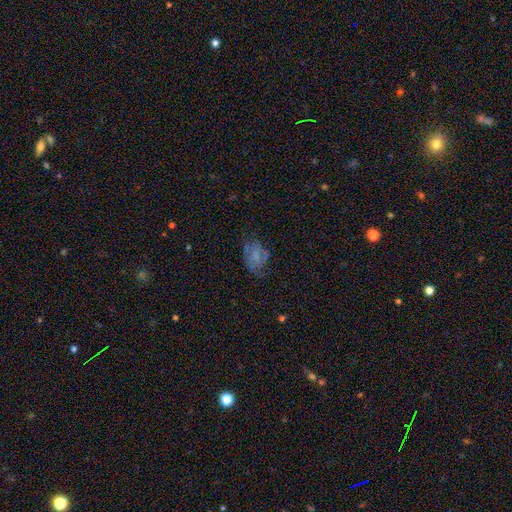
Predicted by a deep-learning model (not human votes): The model was most divided on "smooth or featured": smooth: 44%, featured or disk: 40%, star or artifact: 16%. More confident: merging — none (51%).